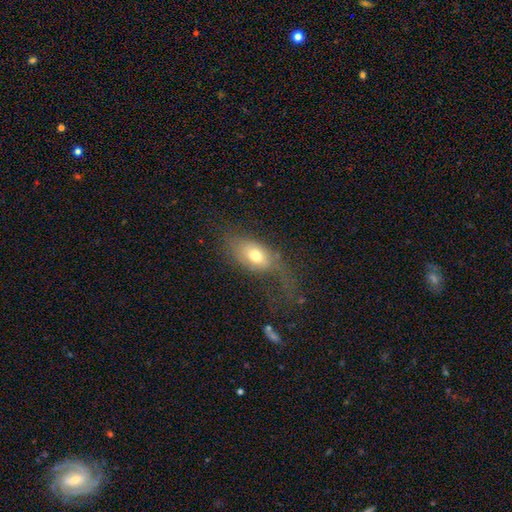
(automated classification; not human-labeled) A smooth galaxy with no disk features (64%) that is in between round and cigar-shaped (84%). Merging: major disturbance (39%).